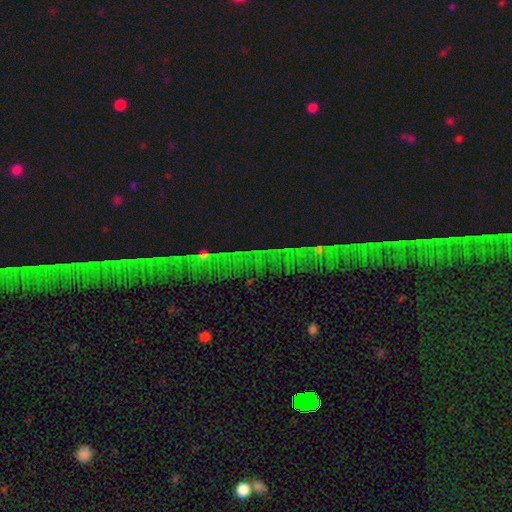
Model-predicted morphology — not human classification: Smooth or featured: star or artifact — 85% (featured or disk — 9%)